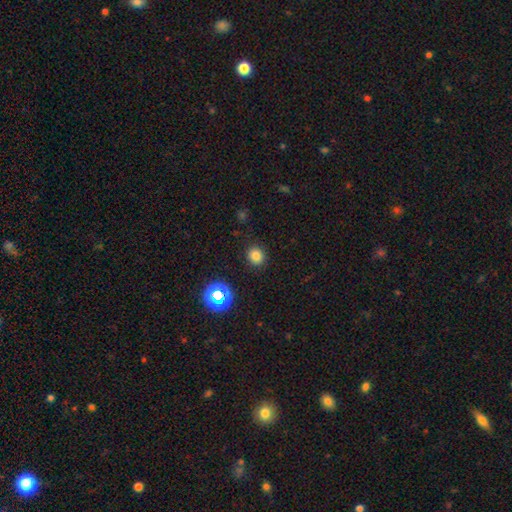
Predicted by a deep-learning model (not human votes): Q: Smooth or featured?
A: smooth (78%); runner-up: star or artifact (16%)
Q: How rounded?
A: round (74%); runner-up: in between (25%)
Q: Merging?
A: none (89%); runner-up: minor disturbance (8%)